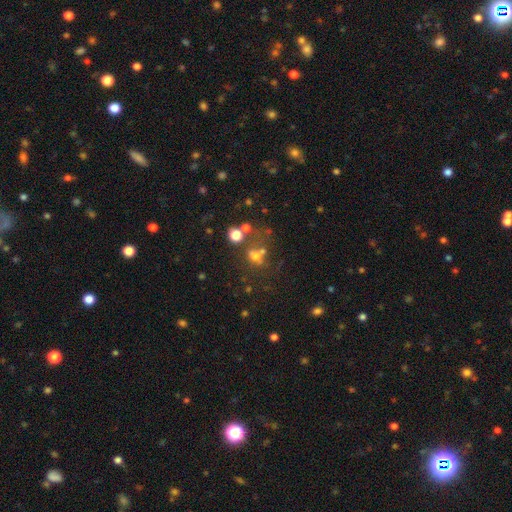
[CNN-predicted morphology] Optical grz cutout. It shows a smooth galaxy with no disk features (57%) that is round (59%). Merging: none (39%).